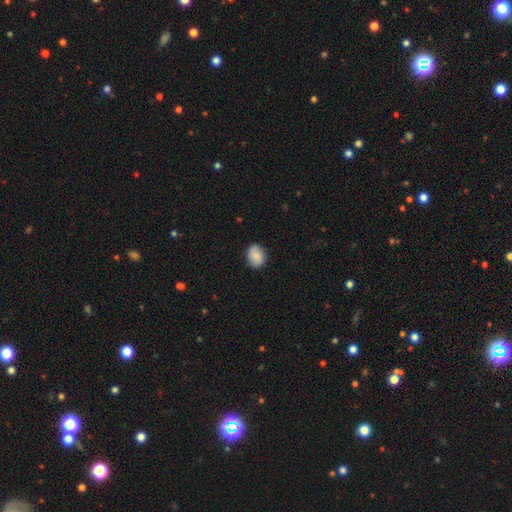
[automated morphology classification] A smooth galaxy with no disk features (73%) that is round (50%).

Vote fractions:
- Smooth or featured? smooth: 73% / featured or disk: 19% / star or artifact: 8%
- How rounded? round: 50% / in between: 49% / cigar-shaped: 1%
- Merging? none: 84% / minor disturbance: 13% / major disturbance: 3% / merger: 1%